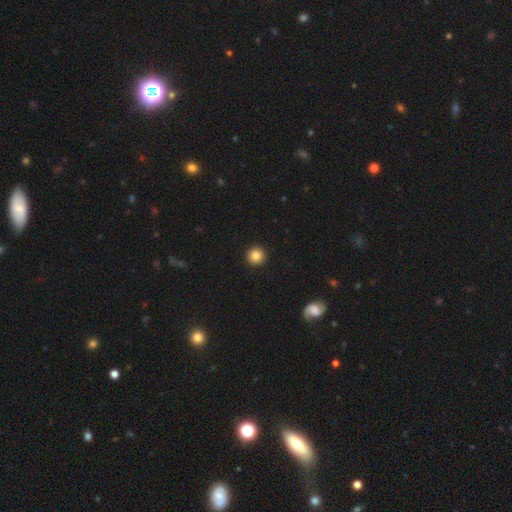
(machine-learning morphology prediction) A smooth galaxy with no disk features (85%) that is round (96%).

Vote fractions:
- Smooth or featured? smooth: 85% / star or artifact: 10% / featured or disk: 5%
- How rounded? round: 96% / in between: 3% / cigar-shaped: 1%
- Merging? none: 94% / minor disturbance: 4% / major disturbance: 1% / merger: 1%